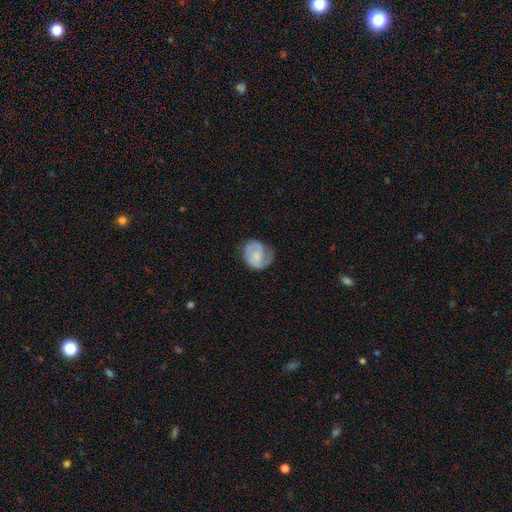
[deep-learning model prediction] Smooth or featured? featured or disk (51%)
Edge-on disk? no (98%)
Merging? none (57%)